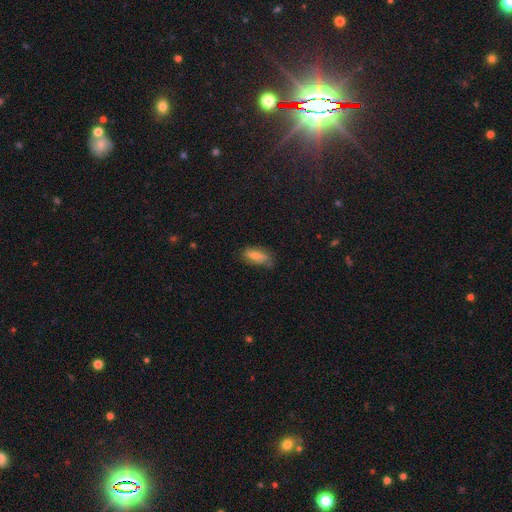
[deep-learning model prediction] Morphology: type=smooth (58%); roundness=in between (78%); merging=none (63%).